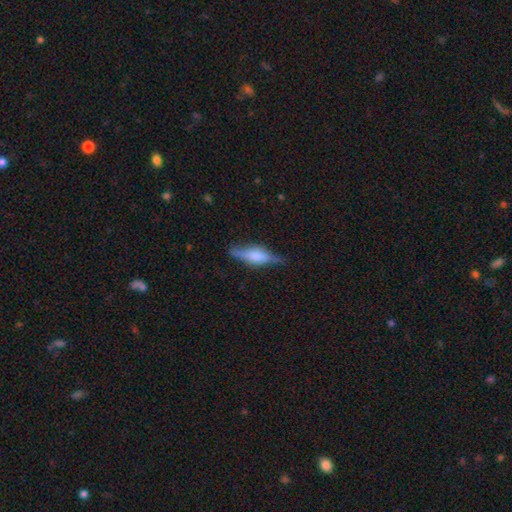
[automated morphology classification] Smooth or featured?
  - featured or disk: 55% *
  - smooth: 38%
  - star or artifact: 7%
Edge-on disk?
  - yes: 93% *
  - no: 7%
Edge-on bulge?
  - rounded: 60% *
  - boxy: 35%
  - none: 6%
Merging?
  - none: 75% *
  - minor disturbance: 19%
  - major disturbance: 5%
  - merger: 1%